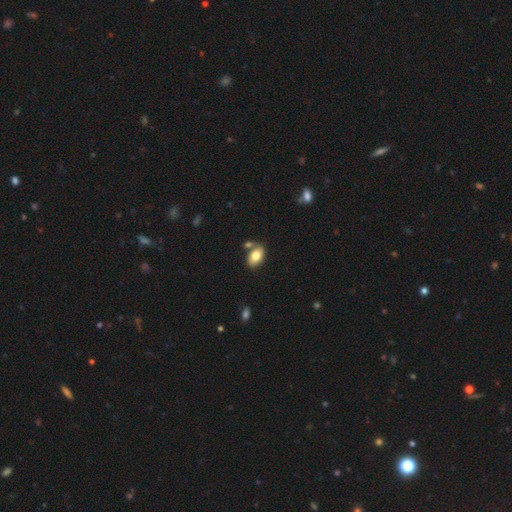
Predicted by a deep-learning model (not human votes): This appears to be a smooth galaxy with no disk features (78%) that is in between round and cigar-shaped (89%). Merging: none (68%).